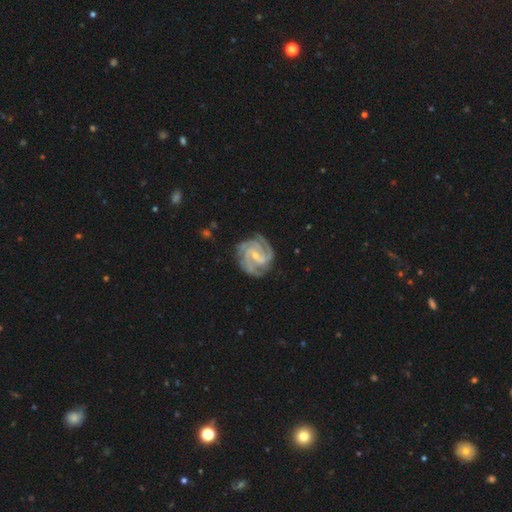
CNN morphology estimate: This appears to be a featured or disk galaxy (93%) with a weak bar (46%), 3 (44%) tight (71%) spiral arms (99%) and a small central bulge (68%). Merging: none (79%).